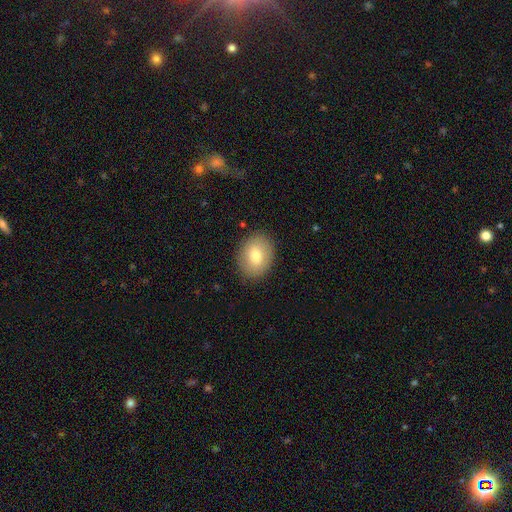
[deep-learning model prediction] This is likely a smooth galaxy (76%). How rounded: possibly in between (56%). Merging: clearly none (88%).